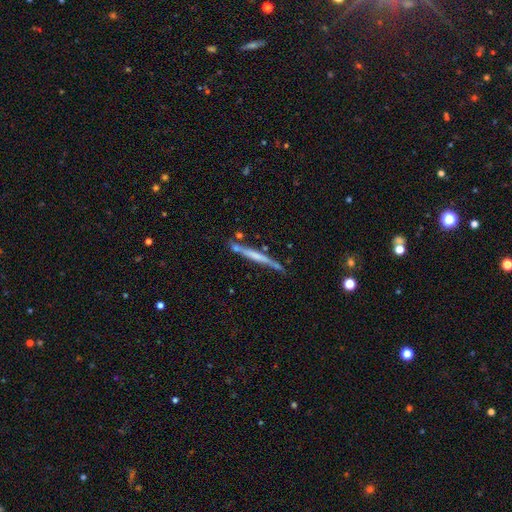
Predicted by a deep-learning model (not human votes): smooth_or_featured: featured or disk (p=0.52) [alt: smooth p=0.41]
disk_edge_on: yes (p=0.95) [alt: no p=0.05]
merging: none (p=0.70) [alt: minor disturbance p=0.17]